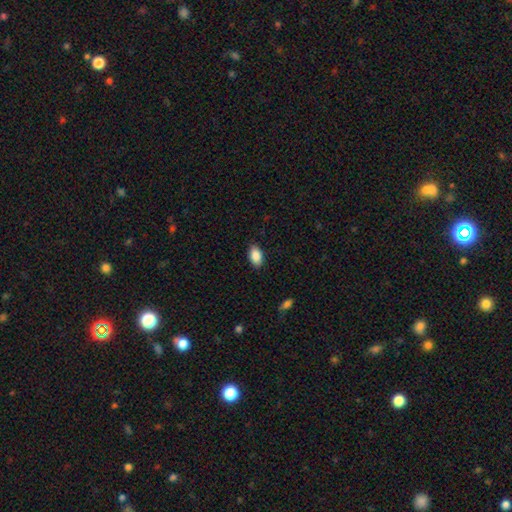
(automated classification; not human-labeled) Morphology: type=smooth (89%); roundness=in between (93%); merging=none (87%).